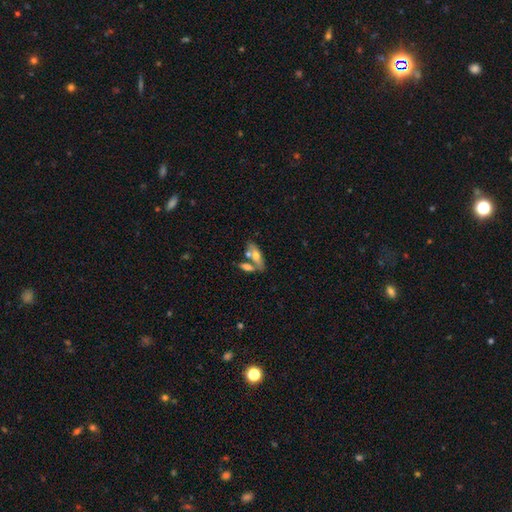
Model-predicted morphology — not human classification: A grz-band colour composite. It shows a smooth galaxy with no disk features (56%) that is in between round and cigar-shaped (63%). Merging: none (49%).